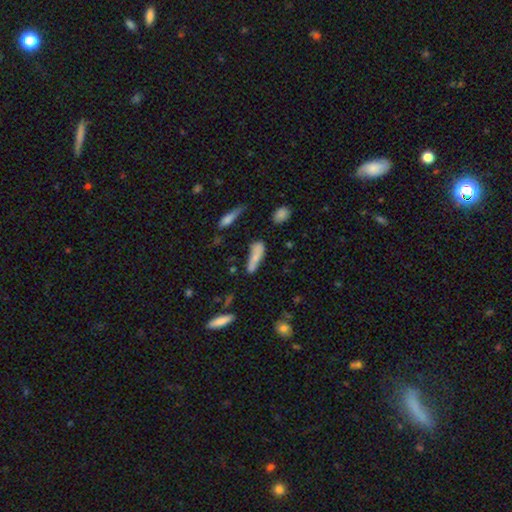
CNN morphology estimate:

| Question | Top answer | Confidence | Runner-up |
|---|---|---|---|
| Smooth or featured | smooth | 67% | featured or disk (24%) |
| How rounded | cigar-shaped | 57% | in between (40%) |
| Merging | none | 49% | minor disturbance (25%) |